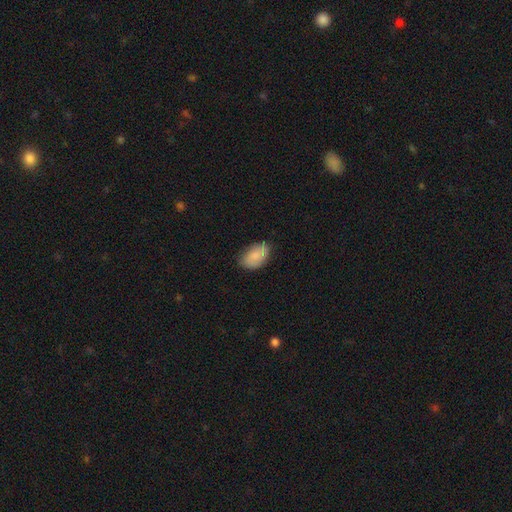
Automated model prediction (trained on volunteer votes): A smooth galaxy with no disk features (76%) that is in between round and cigar-shaped (92%).

Vote fractions:
- Smooth or featured? smooth: 76% / featured or disk: 17% / star or artifact: 7%
- How rounded? in between: 92% / round: 7% / cigar-shaped: 1%
- Merging? none: 73% / minor disturbance: 22% / major disturbance: 4% / merger: 1%